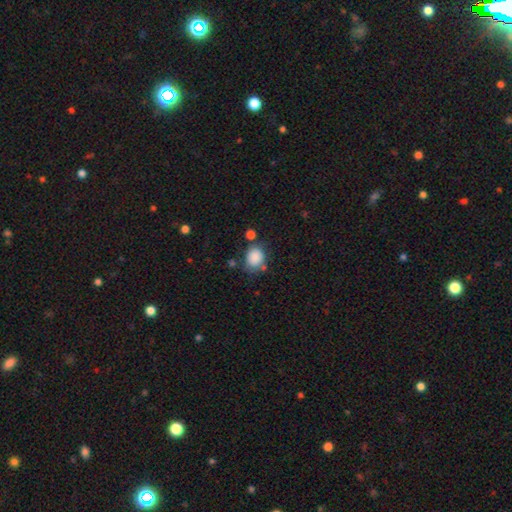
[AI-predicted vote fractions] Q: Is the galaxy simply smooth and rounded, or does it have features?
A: smooth — 86%.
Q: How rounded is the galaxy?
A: round — 59%.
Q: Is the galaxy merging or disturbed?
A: none — 65%.